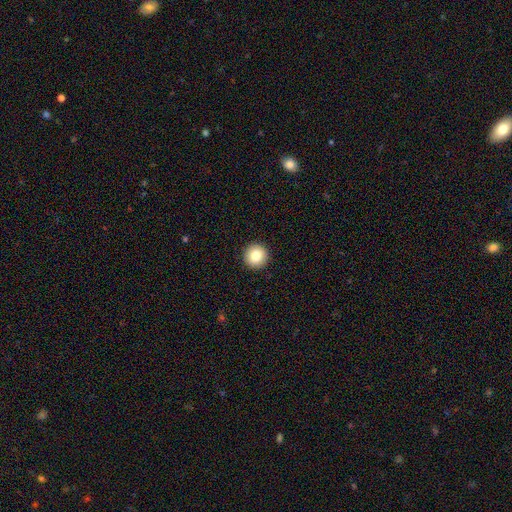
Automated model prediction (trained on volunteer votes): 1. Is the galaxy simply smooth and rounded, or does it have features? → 84% smooth, 9% star or artifact, 7% featured or disk.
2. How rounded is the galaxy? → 96% round, 3% in between, 1% cigar-shaped.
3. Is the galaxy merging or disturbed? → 94% none, 4% minor disturbance, 1% major disturbance, 1% merger.